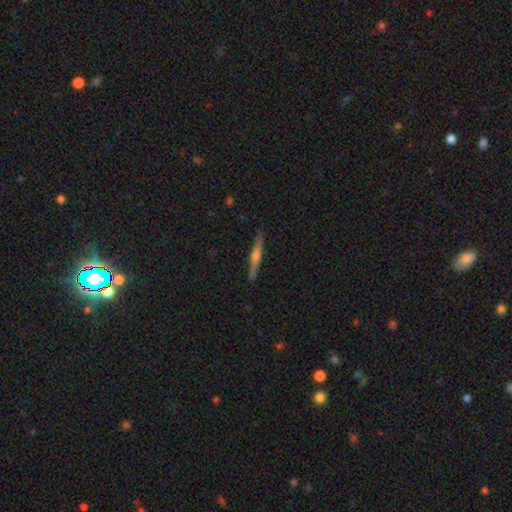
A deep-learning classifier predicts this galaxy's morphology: Smooth or featured? Predicted: featured or disk (p=0.68). Edge-on disk? Predicted: yes (p=0.98). Edge-on bulge? Predicted: rounded (p=0.82). Merging? Predicted: none (p=0.90).